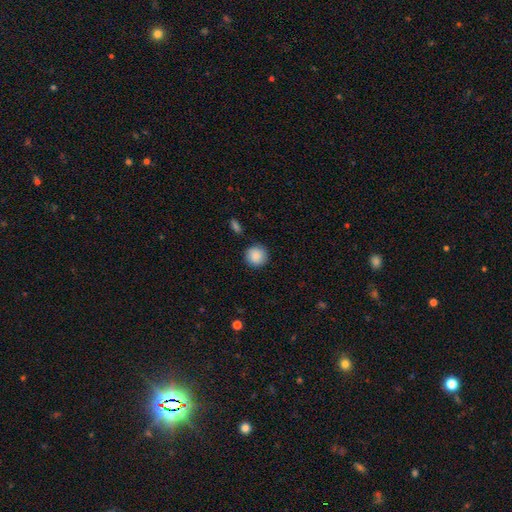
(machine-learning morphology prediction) Smooth or featured?
  - smooth: 89% *
  - star or artifact: 8%
  - featured or disk: 4%
How rounded?
  - round: 93% *
  - in between: 6%
  - cigar-shaped: 1%
Merging?
  - none: 89% *
  - minor disturbance: 7%
  - major disturbance: 2%
  - merger: 2%